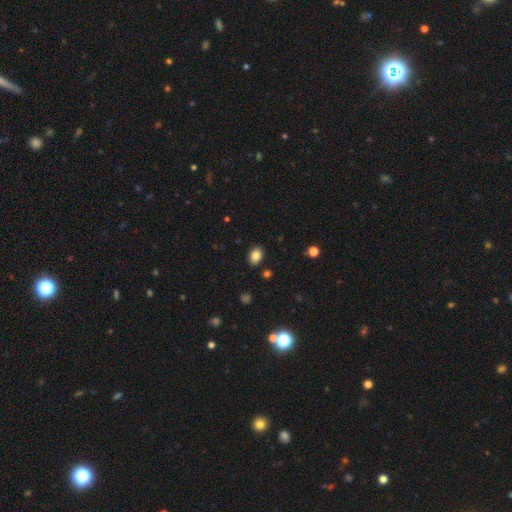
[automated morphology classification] type=smooth (85%); roundness=in between (81%); merging=none (87%).